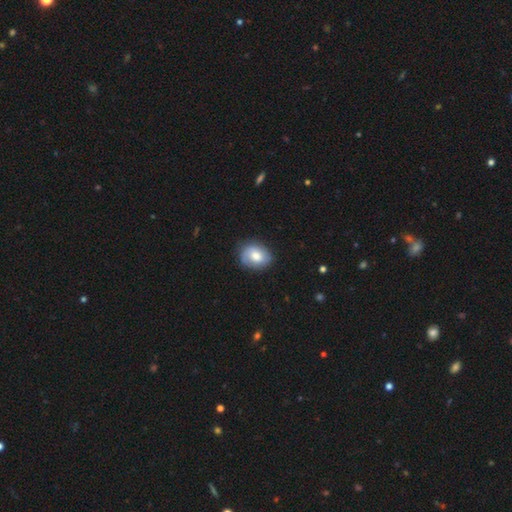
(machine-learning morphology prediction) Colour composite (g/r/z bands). It shows a smooth galaxy with no disk features (60%) that is in between round and cigar-shaped (53%). Merging: none (76%).